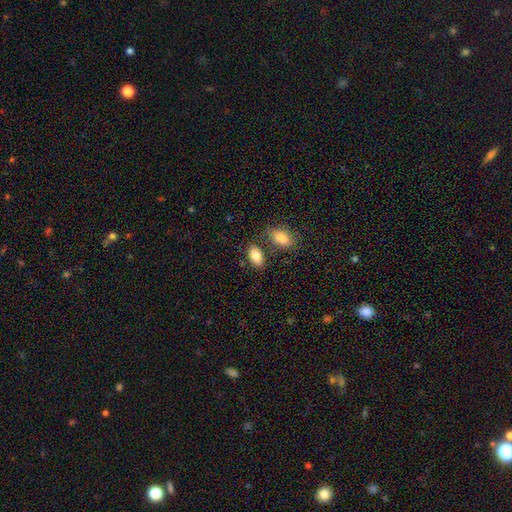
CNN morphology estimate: Smooth or featured? smooth (85%)
How rounded? in between (93%)
Merging? none (70%)